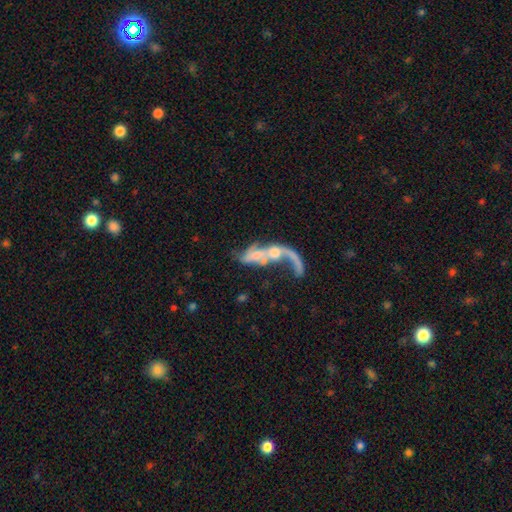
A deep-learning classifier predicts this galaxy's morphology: A featured or disk galaxy (63%) with no bar (68%), spiral arms (55%) and a moderate central bulge (37%). Merging: merger (56%).